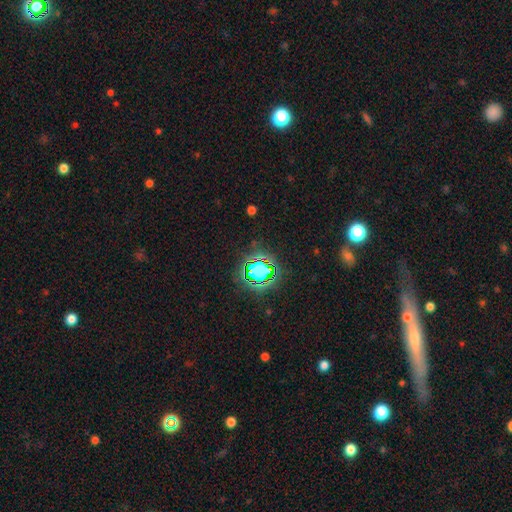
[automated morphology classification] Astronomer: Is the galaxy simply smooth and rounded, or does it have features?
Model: star or artifact — 67%.